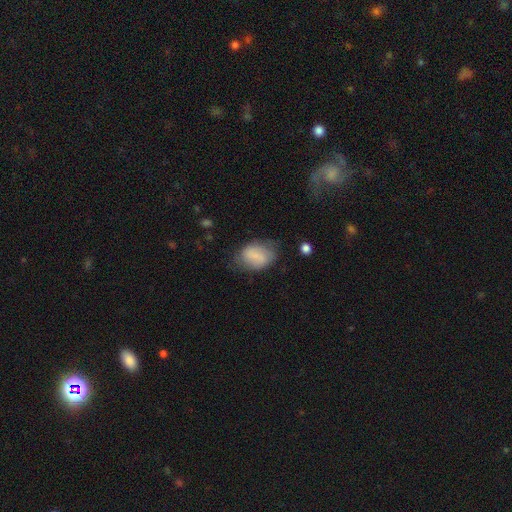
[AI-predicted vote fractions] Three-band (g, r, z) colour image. It shows a smooth galaxy with no disk features (71%) that is in between round and cigar-shaped (76%). Merging: none (61%).